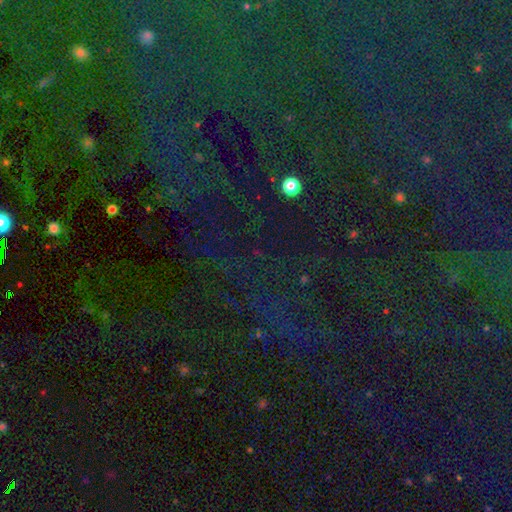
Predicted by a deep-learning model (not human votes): Overall: star or artifact (79%).